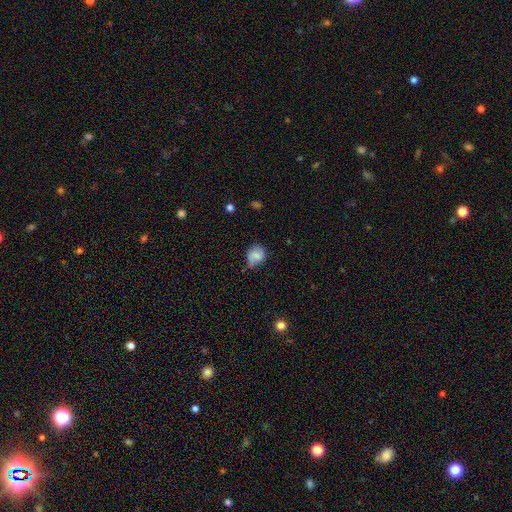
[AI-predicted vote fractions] Overall: smooth (69%). How rounded: round (64%; in between 35%). Merging: none (45%; minor disturbance 37%).